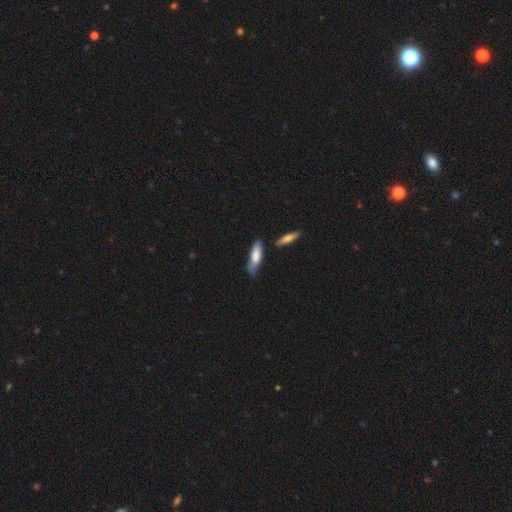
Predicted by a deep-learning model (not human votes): Smooth or featured? Predicted: smooth (p=0.72). How rounded? Predicted: cigar-shaped (p=0.53). Merging? Predicted: none (p=0.58).